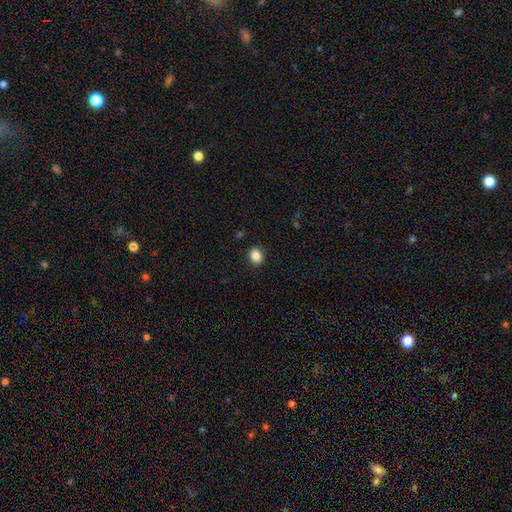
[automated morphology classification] smooth_or_featured: smooth (p=0.87) [alt: star or artifact p=0.09]
how_rounded: in between (p=0.60) [alt: round p=0.39]
merging: none (p=0.88) [alt: minor disturbance p=0.09]